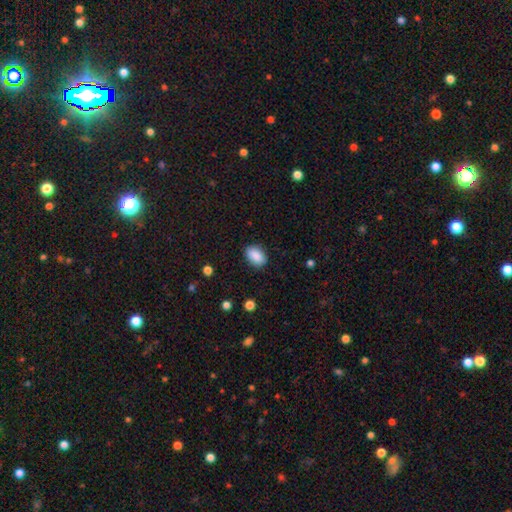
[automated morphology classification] type=smooth (89%); roundness=in between (85%); merging=none (86%).